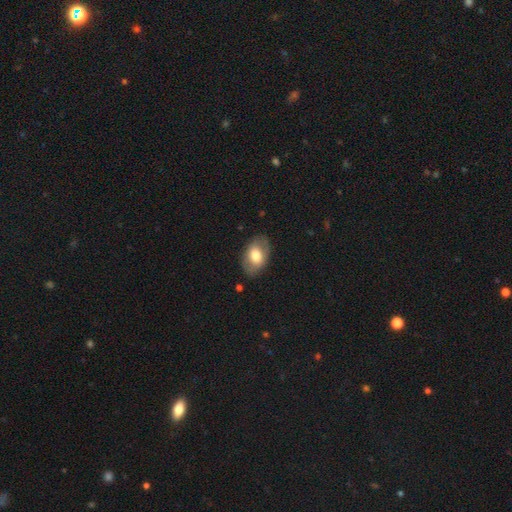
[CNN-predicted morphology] Overall: smooth (64%; featured or disk 30%). How rounded: in between (89%). Merging: none (82%).